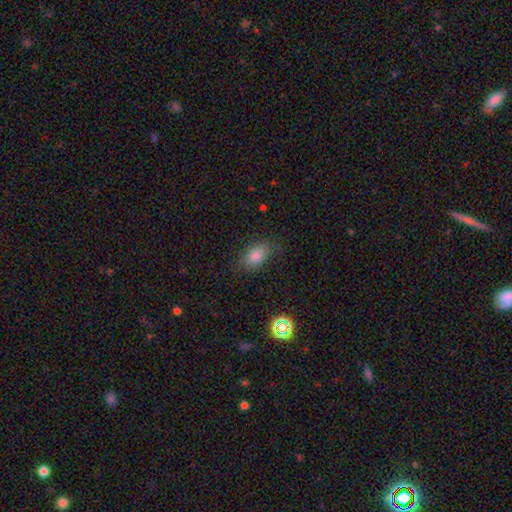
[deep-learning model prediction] Smooth or featured? smooth (78%)
How rounded? in between (84%)
Merging? none (79%)